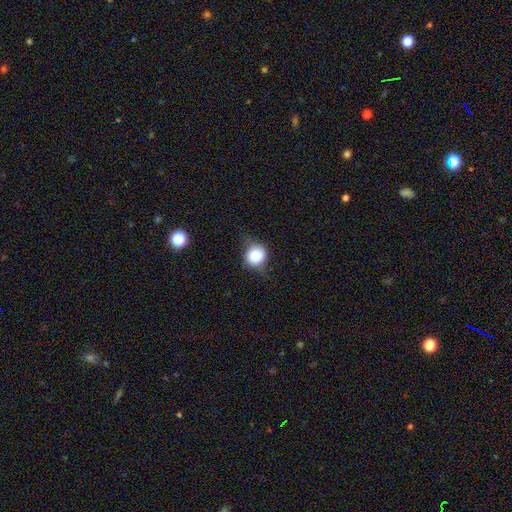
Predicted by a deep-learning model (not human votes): Smooth or featured?
  - smooth: 80% *
  - star or artifact: 10%
  - featured or disk: 9%
How rounded?
  - round: 82% *
  - in between: 17%
  - cigar-shaped: 1%
Merging?
  - none: 68% *
  - minor disturbance: 24%
  - major disturbance: 7%
  - merger: 1%